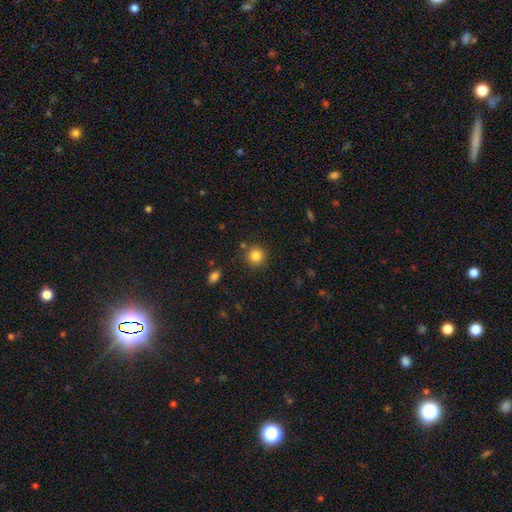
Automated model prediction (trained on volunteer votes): Overall: smooth (84%). How rounded: round (92%). Merging: none (84%).